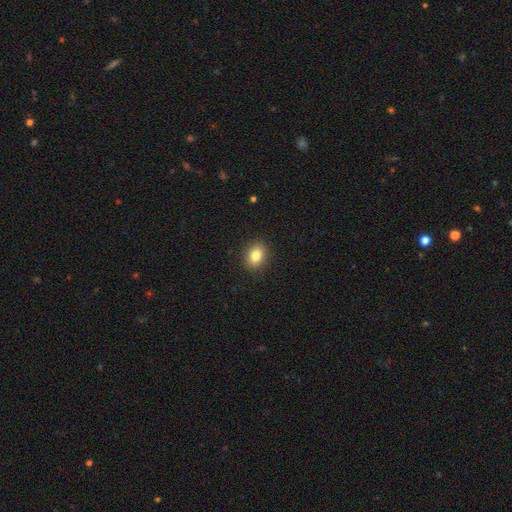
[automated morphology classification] Smooth or featured: smooth — 82% (star or artifact — 10%)
How rounded: round — 52% (in between — 47%)
Merging: none — 90% (minor disturbance — 7%)